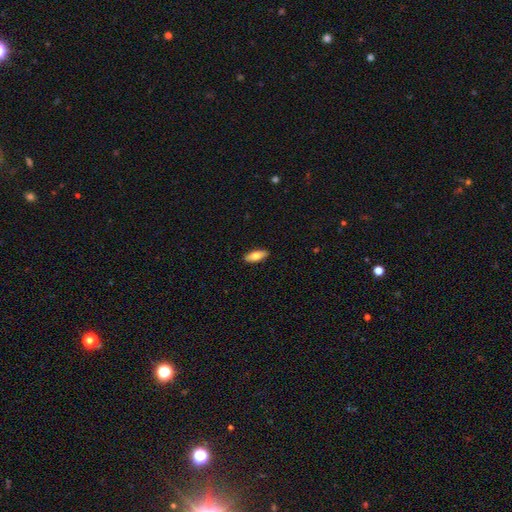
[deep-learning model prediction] smooth 72%, featured or disk 22%, star or artifact 6%. Down the decision tree: how rounded — in between (72%); merging — none (90%).